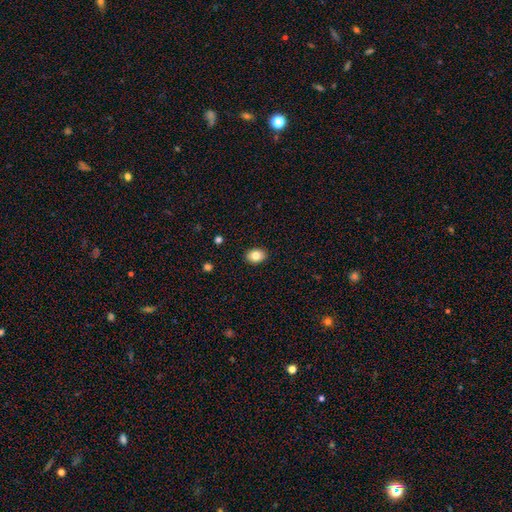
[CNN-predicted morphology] smooth-or-featured: smooth: 82% | featured or disk: 10% | star or artifact: 8%
  how-rounded: in between: 72% | round: 27% | cigar-shaped: 1%
  merging: none: 90% | minor disturbance: 7% | major disturbance: 2% | merger: 1%